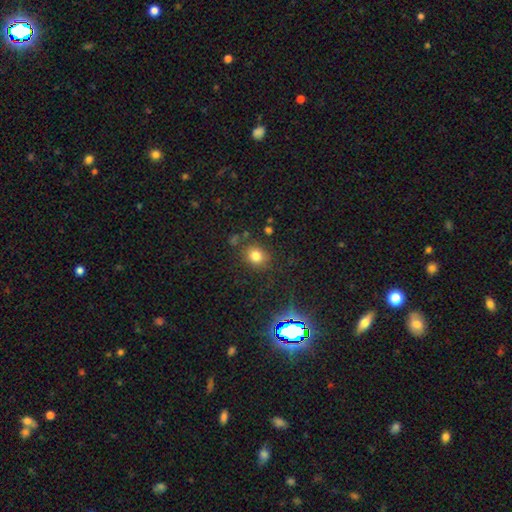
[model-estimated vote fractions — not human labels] Morphology: type=smooth (76%); roundness=round (68%); merging=none (80%).